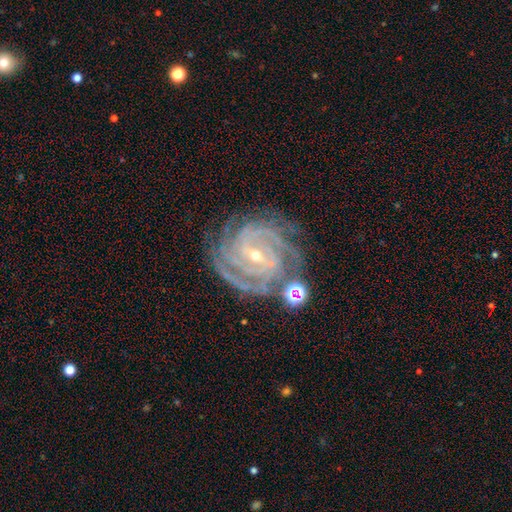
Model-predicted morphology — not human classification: Smooth or featured: featured or disk — 91% (star or artifact — 6%)
Edge-on disk: no — 98% (yes — 2%)
Bar: weak — 45% (strong — 30%)
Spiral arms: yes — 99% (no — 1%)
Spiral winding: tight — 77% (medium — 20%)
Spiral arm count: 4 — 39% (3 — 22%)
Bulge size: small — 67% (moderate — 30%)
Merging: none — 75% (minor disturbance — 16%)